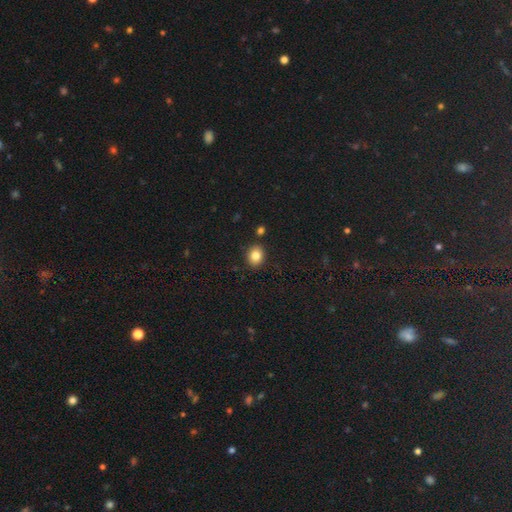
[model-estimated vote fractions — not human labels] Overall: smooth (82%). How rounded: round (58%; in between 42%). Merging: none (87%).